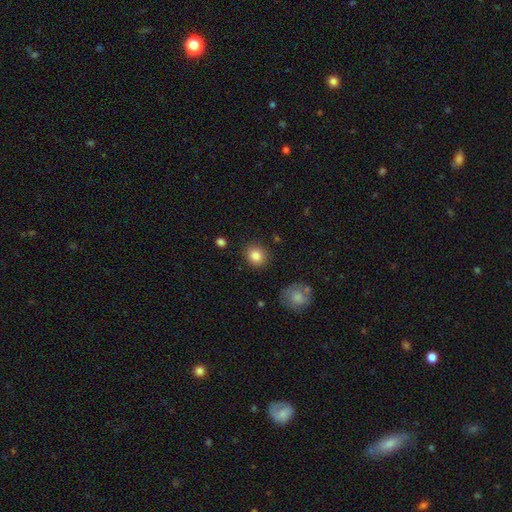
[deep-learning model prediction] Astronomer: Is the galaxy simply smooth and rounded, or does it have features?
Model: smooth — 85%.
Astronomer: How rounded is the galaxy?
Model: round — 78%.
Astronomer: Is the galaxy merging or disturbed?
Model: none — 87%.